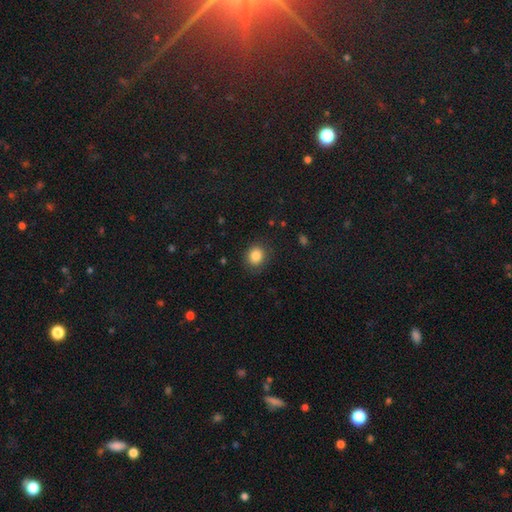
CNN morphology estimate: A smooth galaxy with no disk features (85%) that is round (74%). Merging: none (86%).